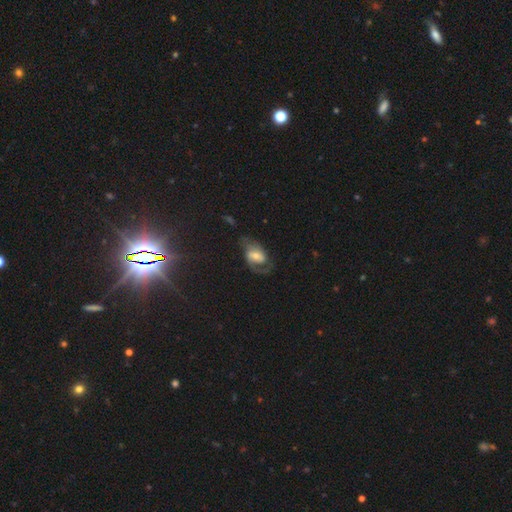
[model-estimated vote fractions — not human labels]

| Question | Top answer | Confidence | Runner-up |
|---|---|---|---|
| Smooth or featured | featured or disk | 67% | smooth (24%) |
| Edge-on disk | no | 96% | yes (4%) |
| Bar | no | 43% | weak (40%) |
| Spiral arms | yes | 86% | no (14%) |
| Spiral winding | medium | 47% | loose (30%) |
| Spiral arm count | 2 | 78% | can't tell (10%) |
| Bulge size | moderate | 50% | small (38%) |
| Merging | none | 54% | major disturbance (22%) |